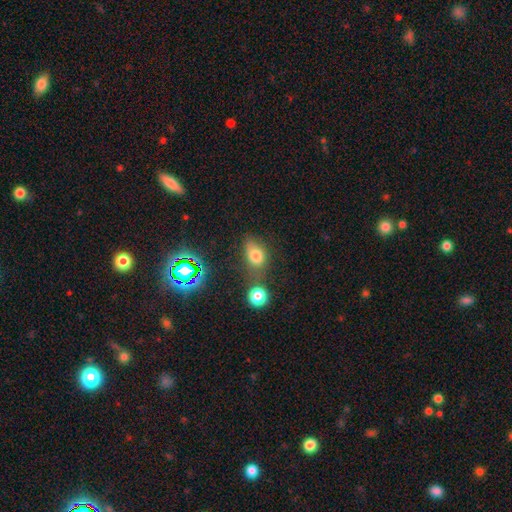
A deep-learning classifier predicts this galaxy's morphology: Smooth or featured?
  - smooth: 72% *
  - star or artifact: 17%
  - featured or disk: 11%
How rounded?
  - in between: 73% *
  - round: 24%
  - cigar-shaped: 2%
Merging?
  - none: 51% *
  - minor disturbance: 21%
  - merger: 18%
  - major disturbance: 9%